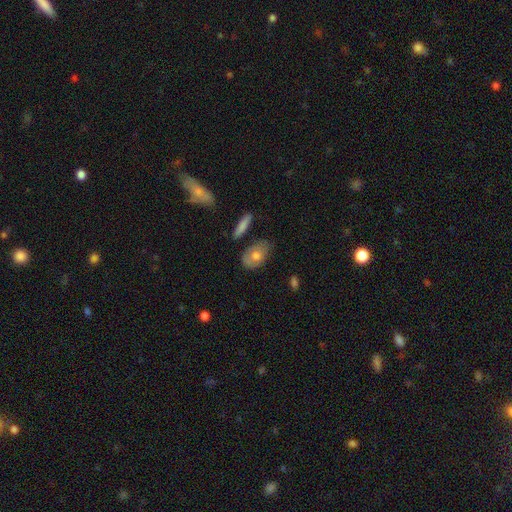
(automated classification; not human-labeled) The model was most divided on "merging": none: 59%, minor disturbance: 27%, major disturbance: 10%, merger: 5%. More confident: how rounded — in between (84%); smooth or featured — smooth (65%).